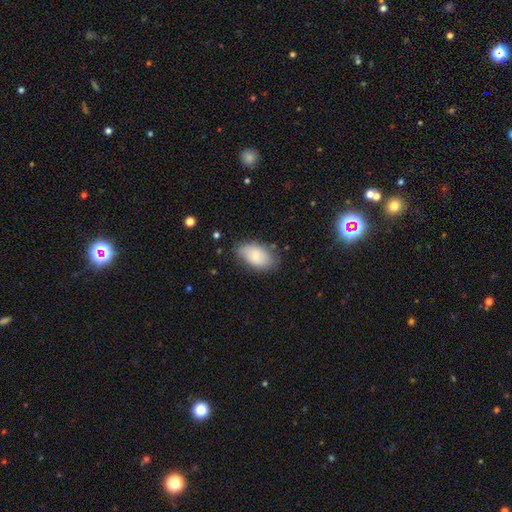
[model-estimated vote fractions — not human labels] smooth-or-featured: smooth: 70% | featured or disk: 23% | star or artifact: 7%
  how-rounded: in between: 93% | round: 5% | cigar-shaped: 2%
  merging: none: 69% | minor disturbance: 23% | major disturbance: 5% | merger: 2%